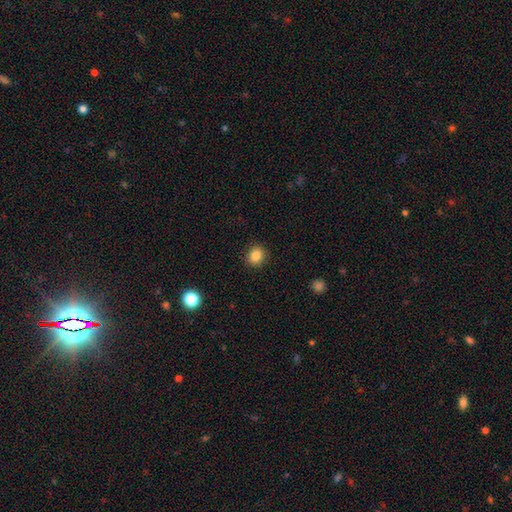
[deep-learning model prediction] Smooth or featured: smooth — 85% (star or artifact — 10%)
How rounded: round — 81% (in between — 18%)
Merging: none — 91% (minor disturbance — 6%)